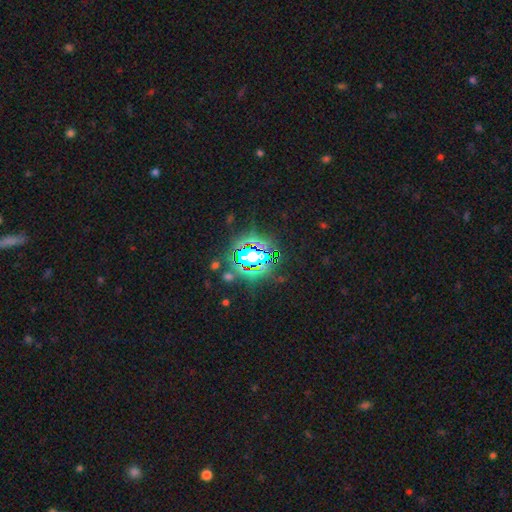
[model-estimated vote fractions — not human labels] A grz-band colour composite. It shows a star or artifact, not a galaxy (83%).